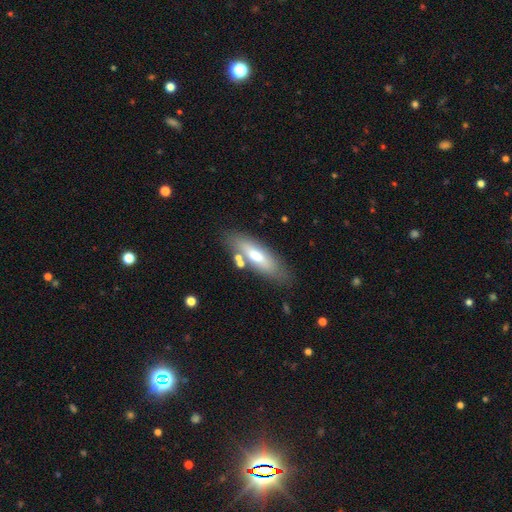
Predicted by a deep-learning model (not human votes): smooth 59%, featured or disk 34%, star or artifact 7%. Down the decision tree: how rounded — cigar-shaped (51%); merging — none (76%).